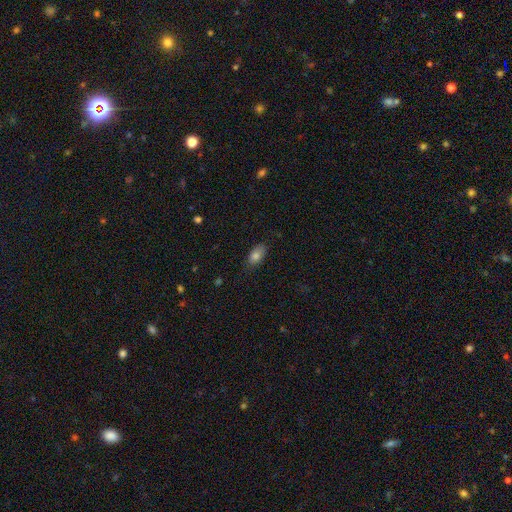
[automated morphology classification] smooth 81%, featured or disk 10%, star or artifact 9%. Down the decision tree: how rounded — in between (89%); merging — none (79%).